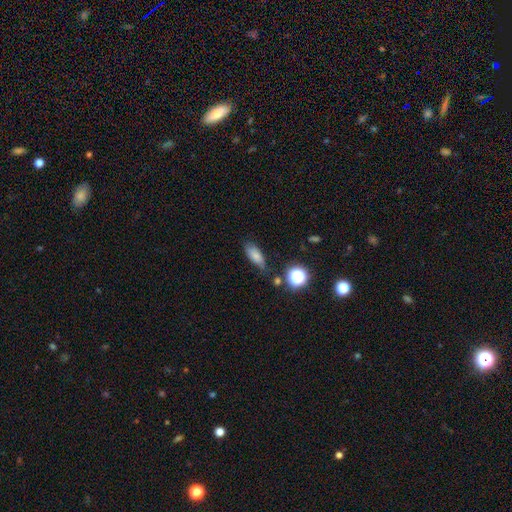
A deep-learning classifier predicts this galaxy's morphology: type=smooth (75%); roundness=in between (75%); merging=none (67%).